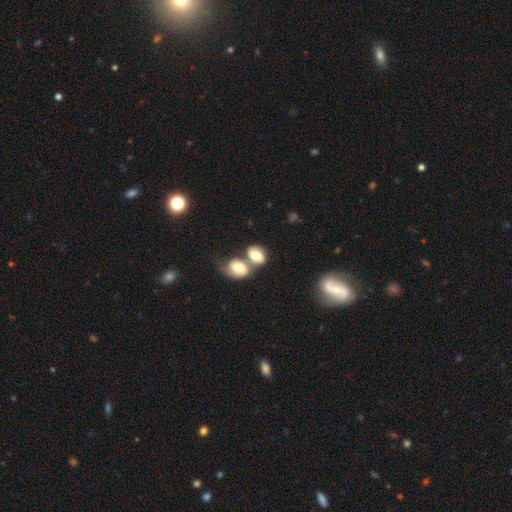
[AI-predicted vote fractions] Smooth or featured? Predicted: smooth (p=0.61). How rounded? Predicted: in between (p=0.69). Merging? Predicted: merger (p=0.64).